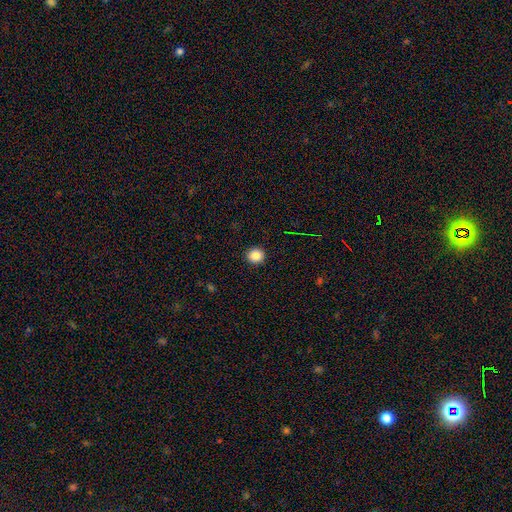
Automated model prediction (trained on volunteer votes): A smooth galaxy with no disk features (85%) that is round (92%).

Vote fractions:
- Smooth or featured? smooth: 85% / star or artifact: 11% / featured or disk: 4%
- How rounded? round: 92% / in between: 7% / cigar-shaped: 1%
- Merging? none: 92% / minor disturbance: 5% / major disturbance: 2% / merger: 1%